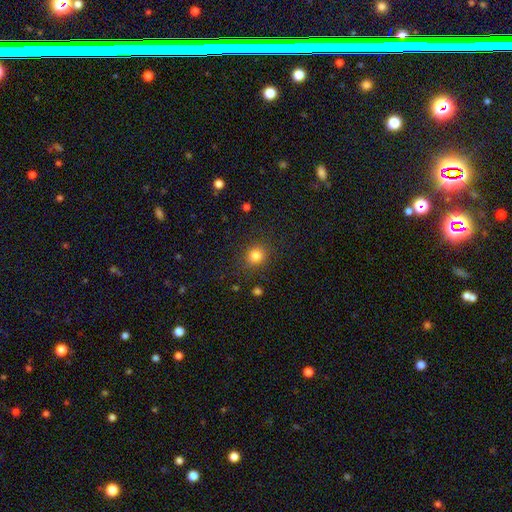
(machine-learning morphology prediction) Smooth or featured? Predicted: smooth (p=0.82). How rounded? Predicted: round (p=0.83). Merging? Predicted: none (p=0.86).